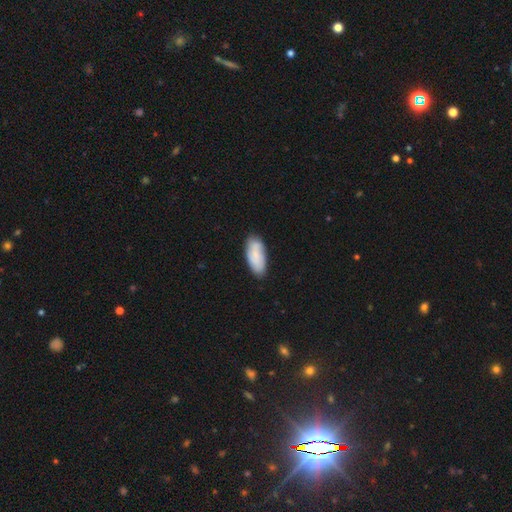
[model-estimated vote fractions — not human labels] Smooth or featured: smooth — 66% (featured or disk — 28%)
How rounded: in between — 87% (cigar-shaped — 11%)
Merging: none — 80% (minor disturbance — 16%)